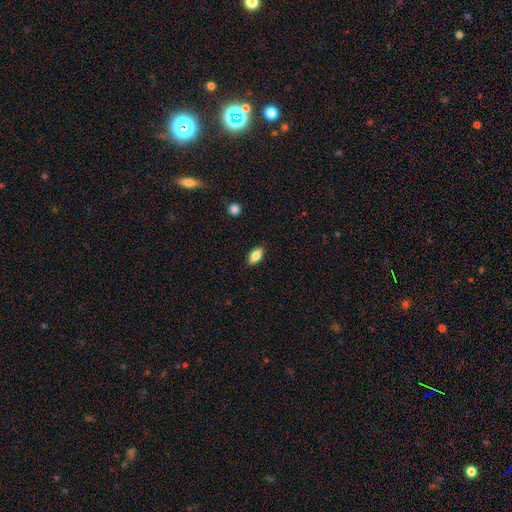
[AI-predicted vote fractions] A smooth galaxy with no disk features (81%) that is in between round and cigar-shaped (88%). Merging: none (88%).